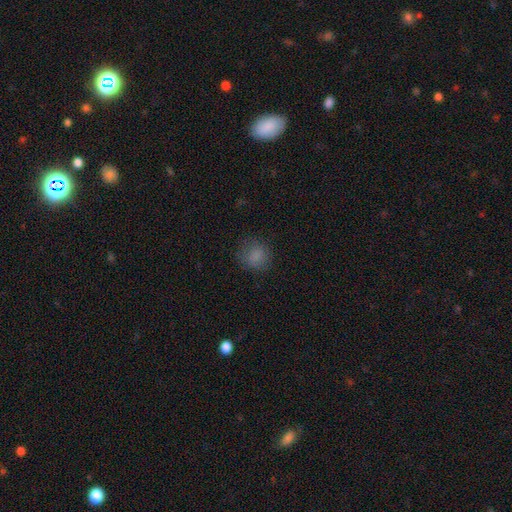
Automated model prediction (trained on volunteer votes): Q: Smooth or featured?
A: smooth (82%); runner-up: star or artifact (12%)
Q: How rounded?
A: round (82%); runner-up: in between (17%)
Q: Merging?
A: none (77%); runner-up: minor disturbance (16%)